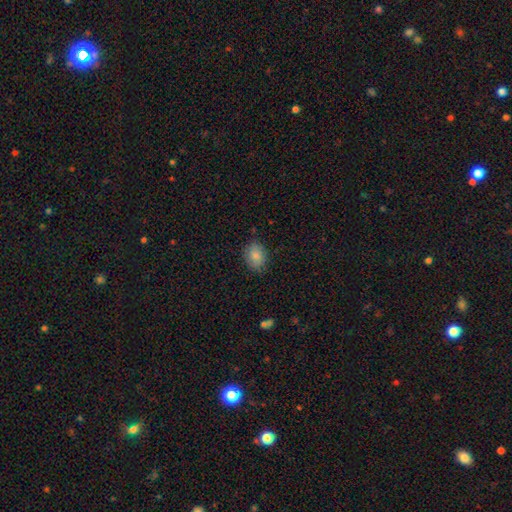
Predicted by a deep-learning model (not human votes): smooth-or-featured: smooth: 84% | featured or disk: 8% | star or artifact: 8%
  how-rounded: in between: 58% | round: 41% | cigar-shaped: 1%
  merging: none: 82% | minor disturbance: 14% | major disturbance: 3% | merger: 1%